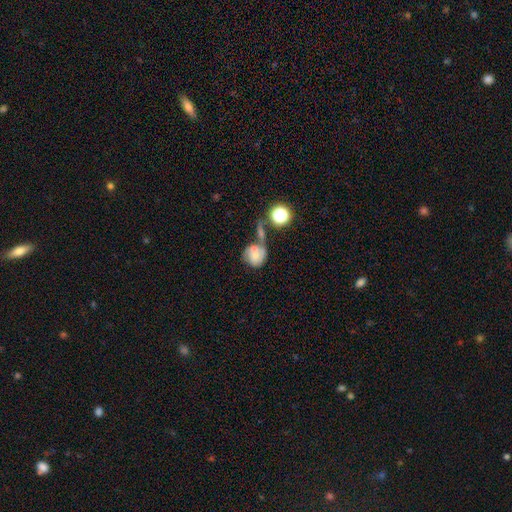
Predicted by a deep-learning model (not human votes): Overall: smooth (55%; featured or disk 34%). How rounded: round (73%). Merging: merger (47%; none 26%).